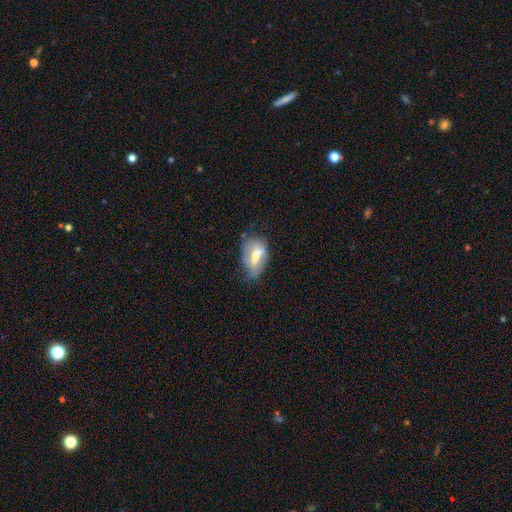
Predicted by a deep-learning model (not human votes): Morphology: type=smooth (49%); merging=none (41%).